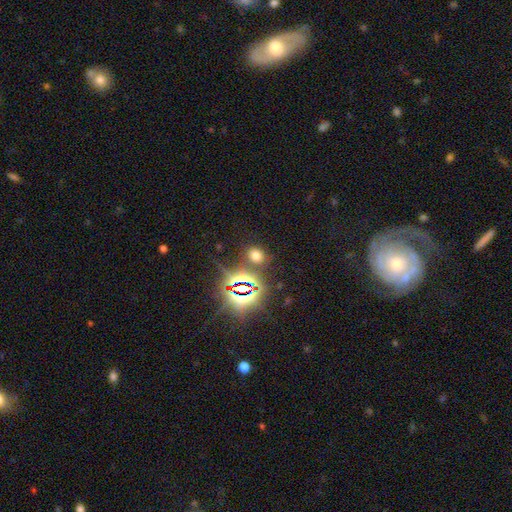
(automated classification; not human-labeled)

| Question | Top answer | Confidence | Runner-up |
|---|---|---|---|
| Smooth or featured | smooth | 57% | star or artifact (35%) |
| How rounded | in between | 51% | round (47%) |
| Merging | none | 81% | minor disturbance (9%) |